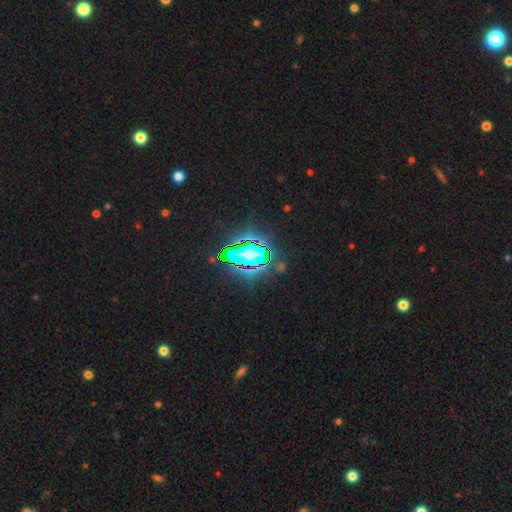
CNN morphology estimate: smooth_or_featured: star or artifact (p=0.68) [alt: smooth p=0.20]